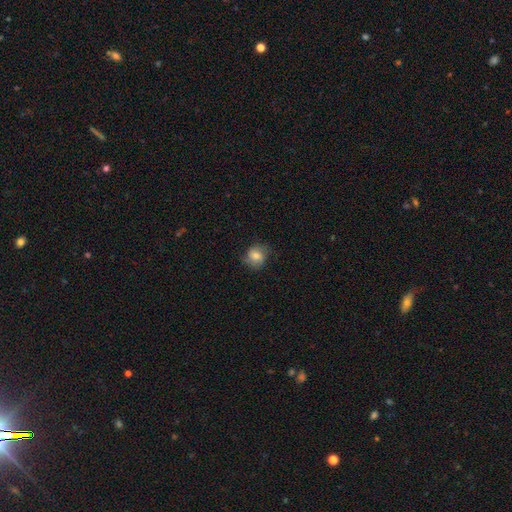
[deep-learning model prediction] Morphology: type=smooth (63%); roundness=round (70%); merging=none (68%).